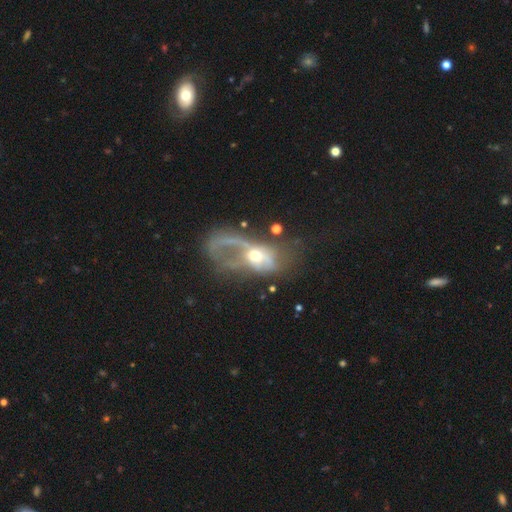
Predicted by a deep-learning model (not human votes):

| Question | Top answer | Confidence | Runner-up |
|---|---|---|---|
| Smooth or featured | featured or disk | 63% | smooth (27%) |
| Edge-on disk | no | 92% | yes (8%) |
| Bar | no | 76% | weak (17%) |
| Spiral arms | no | 63% | yes (37%) |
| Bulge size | moderate | 60% | small (26%) |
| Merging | major disturbance | 63% | none (16%) |